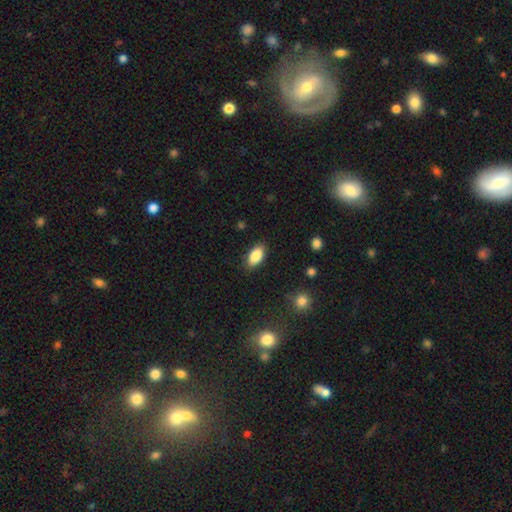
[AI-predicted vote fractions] smooth 86%, star or artifact 8%, featured or disk 6%. Down the decision tree: how rounded — in between (92%); merging — none (86%).